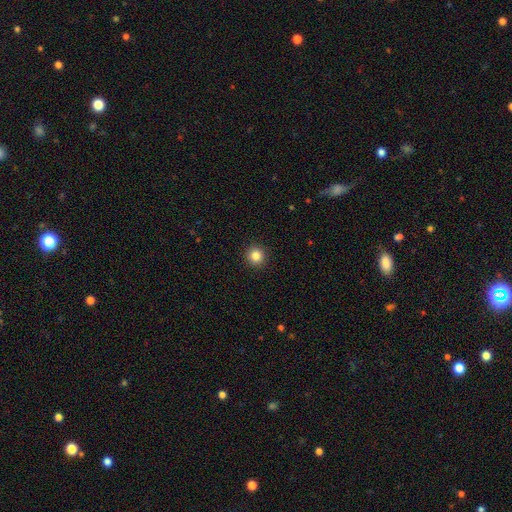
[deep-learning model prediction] This appears to be a smooth galaxy with no disk features (85%) that is round (95%). Merging: none (93%).